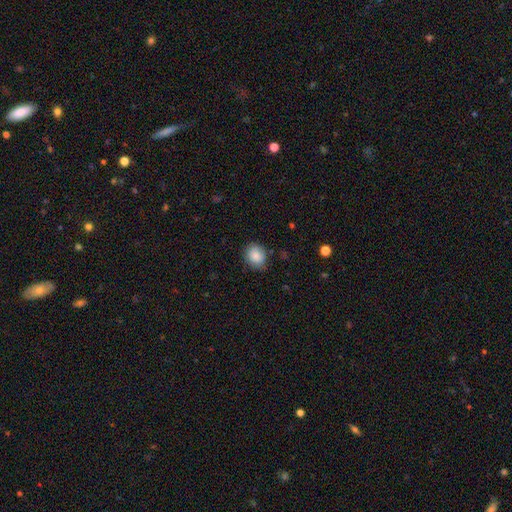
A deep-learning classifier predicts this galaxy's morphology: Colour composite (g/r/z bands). It shows a smooth galaxy with no disk features (84%) that is round (72%). Merging: none (78%).